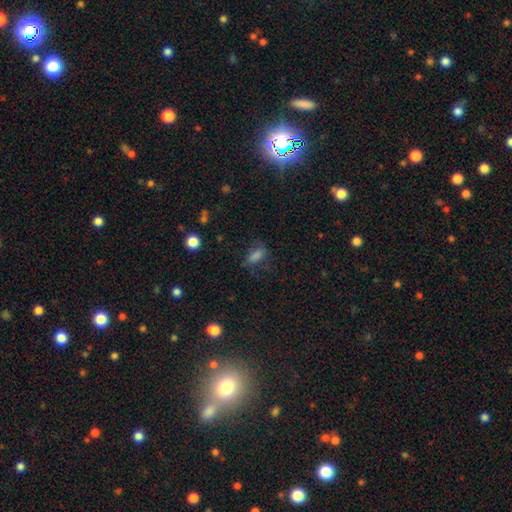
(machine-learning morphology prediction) smooth-or-featured: smooth: 69% | star or artifact: 17% | featured or disk: 15%
  how-rounded: in between: 76% | cigar-shaped: 14% | round: 10%
  merging: none: 59% | minor disturbance: 22% | major disturbance: 16% | merger: 2%